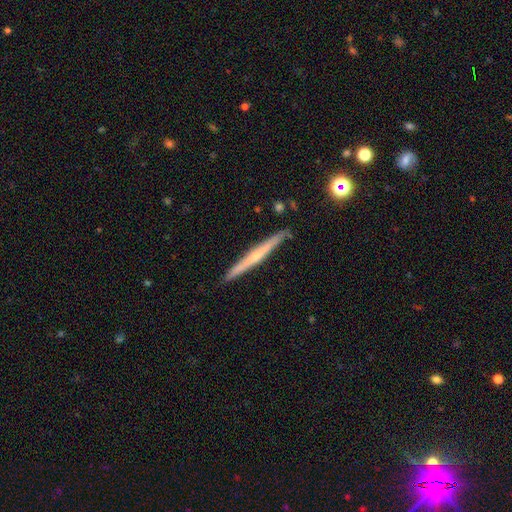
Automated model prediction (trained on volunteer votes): This appears to be a featured or disk galaxy (61%) viewed edge-on (97%) with no central bulge (49%). Merging: none (88%).